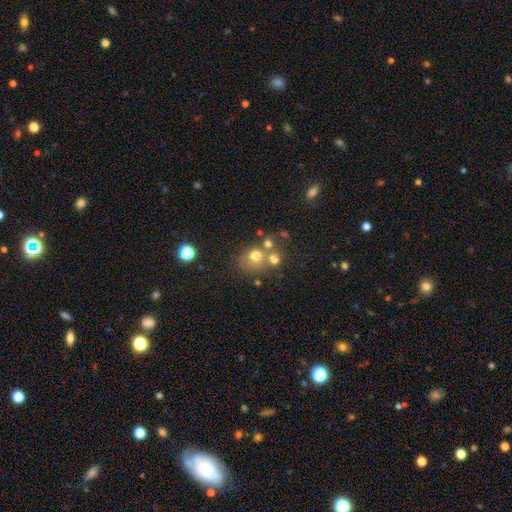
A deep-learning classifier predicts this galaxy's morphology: Smooth or featured? Predicted: smooth (p=0.67). How rounded? Predicted: round (p=0.77). Merging? Predicted: none (p=0.49).